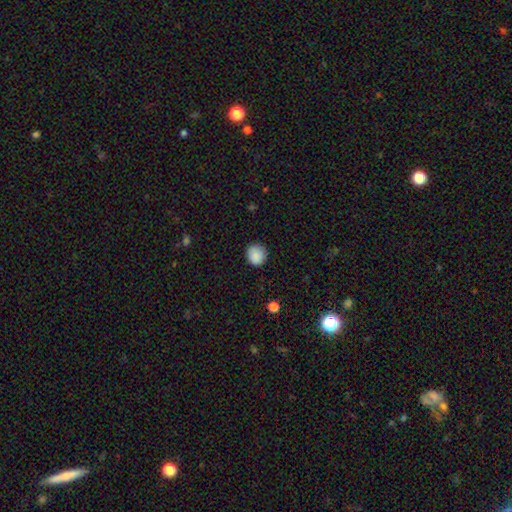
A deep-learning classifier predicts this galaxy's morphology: smooth 87%, star or artifact 8%, featured or disk 4%. Down the decision tree: how rounded — round (87%); merging — none (84%).